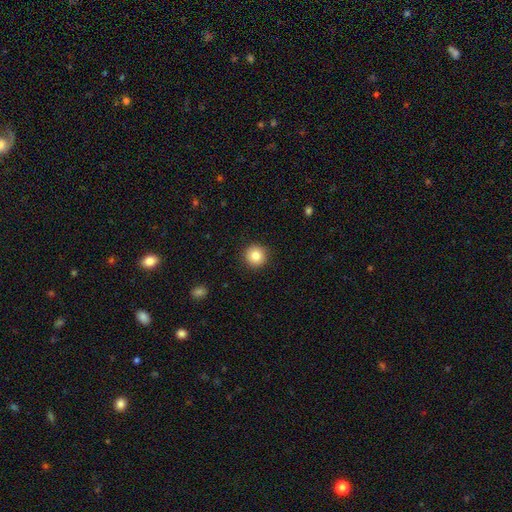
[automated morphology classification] Smooth or featured: smooth — 83% (star or artifact — 9%)
How rounded: round — 95% (in between — 4%)
Merging: none — 92% (minor disturbance — 6%)